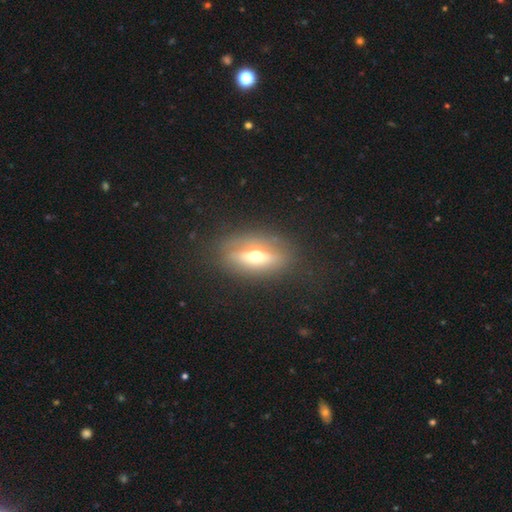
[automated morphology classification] Smooth or featured? featured or disk (49%)
Merging? none (79%)